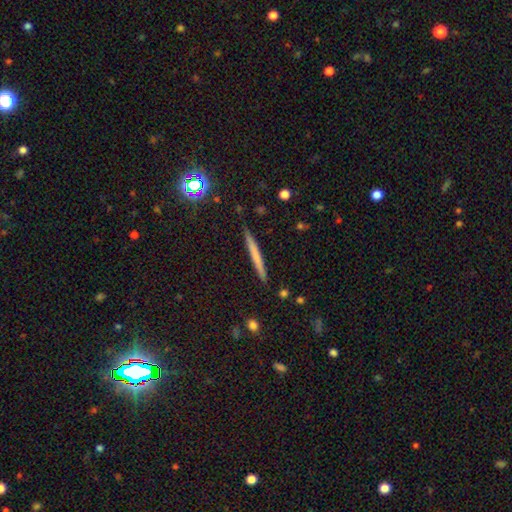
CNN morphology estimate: A smooth galaxy with no disk features (56%) that is cigar-shaped (96%).

Vote fractions:
- Smooth or featured? smooth: 56% / featured or disk: 35% / star or artifact: 9%
- How rounded? cigar-shaped: 96% / in between: 2% / round: 2%
- Merging? none: 90% / minor disturbance: 7% / major disturbance: 1% / merger: 1%